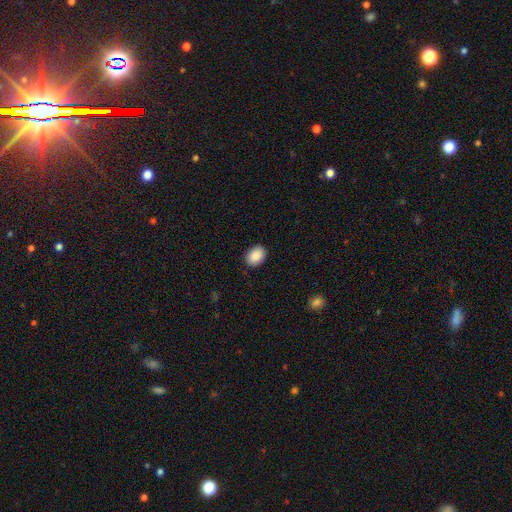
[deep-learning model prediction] smooth_or_featured: smooth (p=0.91) [alt: star or artifact p=0.07]
how_rounded: in between (p=0.75) [alt: round p=0.24]
merging: none (p=0.89) [alt: minor disturbance p=0.08]